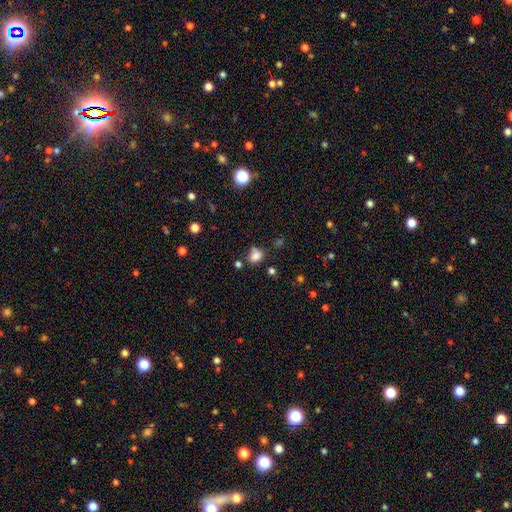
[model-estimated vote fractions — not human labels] Smooth or featured: smooth — 78% (star or artifact — 14%)
How rounded: in between — 53% (round — 46%)
Merging: none — 53% (minor disturbance — 23%)